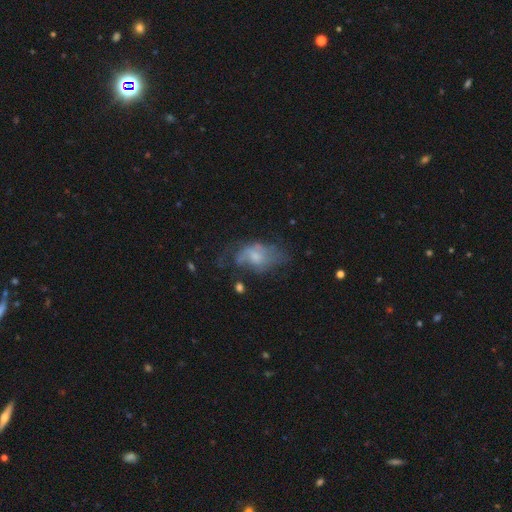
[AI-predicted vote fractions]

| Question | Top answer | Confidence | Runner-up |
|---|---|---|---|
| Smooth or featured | featured or disk | 50% | smooth (39%) |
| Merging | major disturbance | 36% | none (33%) |